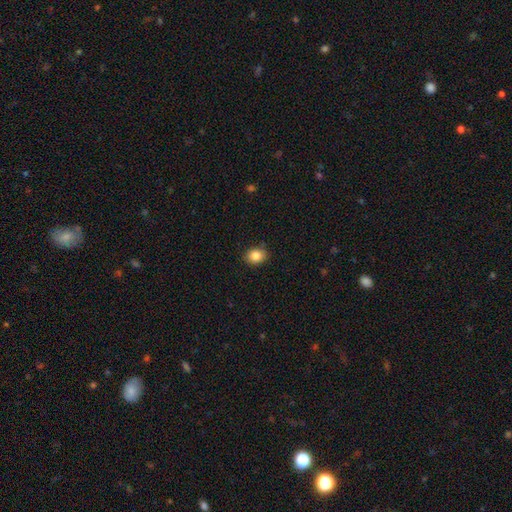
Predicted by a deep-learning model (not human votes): A smooth galaxy with no disk features (85%) that is round (52%). Merging: none (87%).